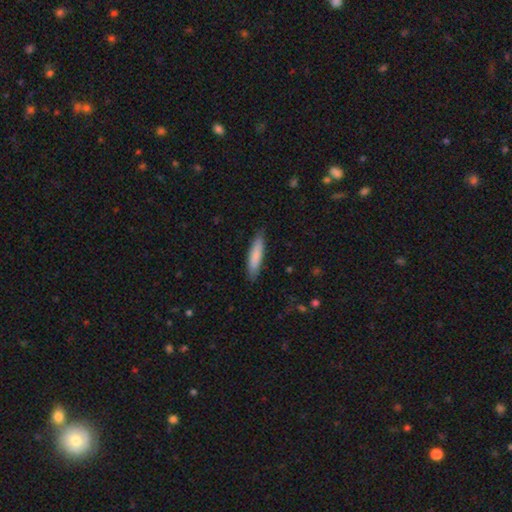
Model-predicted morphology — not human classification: The model was most divided on "how rounded": cigar-shaped: 80%, in between: 18%, round: 1%. More confident: merging — none (85%); smooth or featured — smooth (82%).